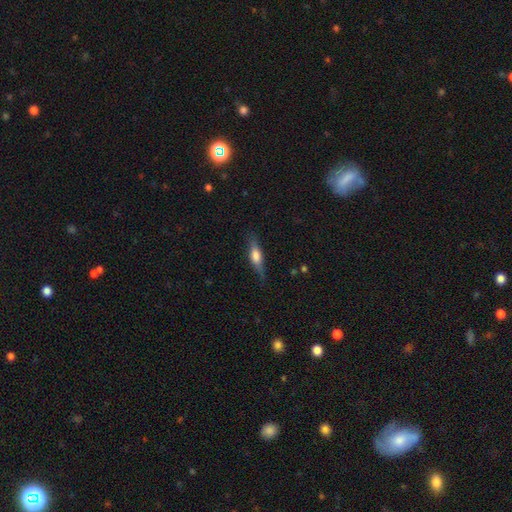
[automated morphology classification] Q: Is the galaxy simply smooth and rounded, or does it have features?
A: featured or disk — 48%.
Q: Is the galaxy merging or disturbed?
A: none — 77%.